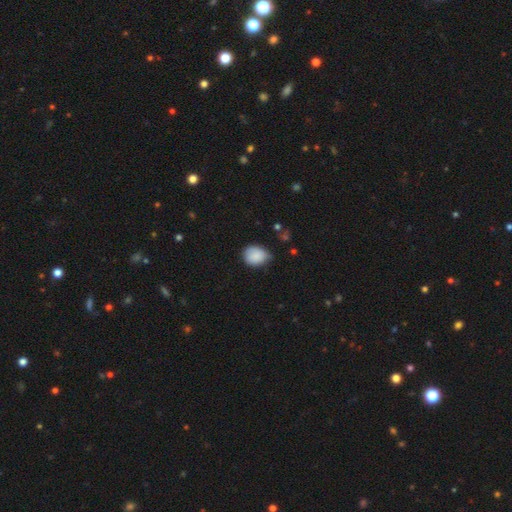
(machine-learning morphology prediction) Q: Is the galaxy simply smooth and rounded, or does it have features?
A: smooth — 86%.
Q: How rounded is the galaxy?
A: round — 54%.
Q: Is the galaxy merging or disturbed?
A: none — 56%.